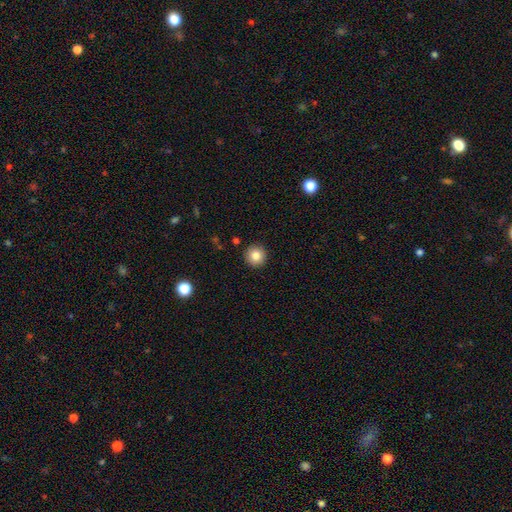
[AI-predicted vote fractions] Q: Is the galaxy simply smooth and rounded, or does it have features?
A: smooth — 84%.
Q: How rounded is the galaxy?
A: round — 95%.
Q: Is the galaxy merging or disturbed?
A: none — 92%.